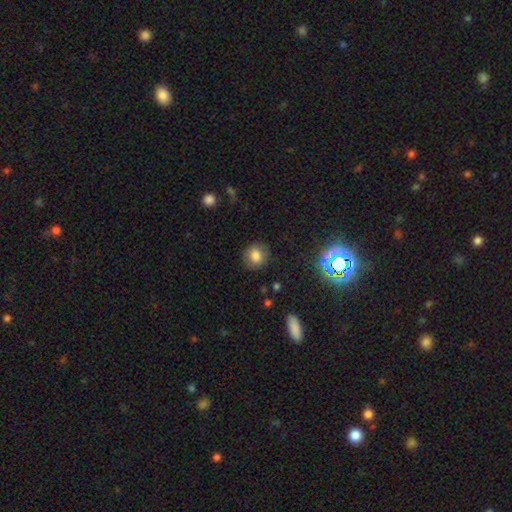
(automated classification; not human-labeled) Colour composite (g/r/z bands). It shows a smooth galaxy with no disk features (78%) that is round (83%). Merging: none (85%).